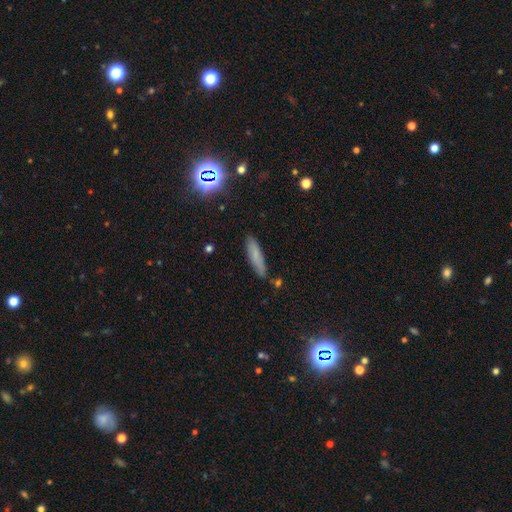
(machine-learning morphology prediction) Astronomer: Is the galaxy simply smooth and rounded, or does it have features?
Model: smooth — 73%.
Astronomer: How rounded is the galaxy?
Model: cigar-shaped — 80%.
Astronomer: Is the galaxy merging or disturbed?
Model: none — 80%.